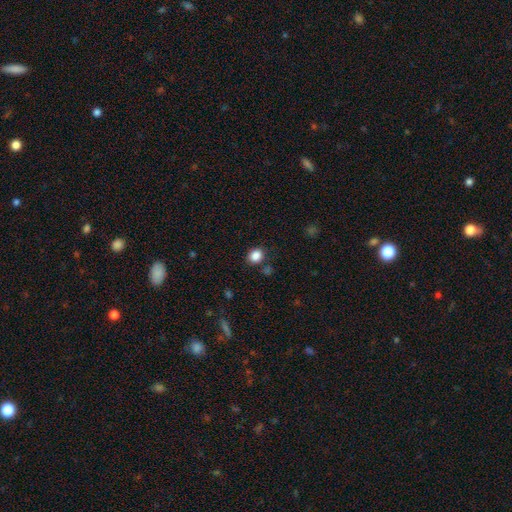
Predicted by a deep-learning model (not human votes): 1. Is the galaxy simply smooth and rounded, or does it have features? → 86% smooth, 11% star or artifact, 4% featured or disk.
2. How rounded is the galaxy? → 66% round, 33% in between, 1% cigar-shaped.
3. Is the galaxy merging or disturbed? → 81% none, 11% minor disturbance, 4% merger, 4% major disturbance.